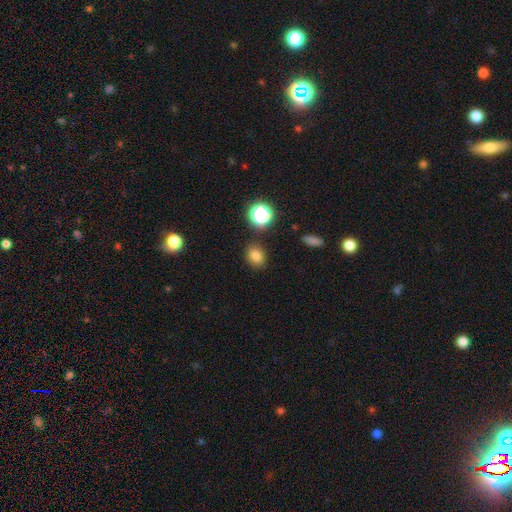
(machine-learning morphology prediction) A smooth galaxy with no disk features (80%) that is round (53%). Merging: none (85%).